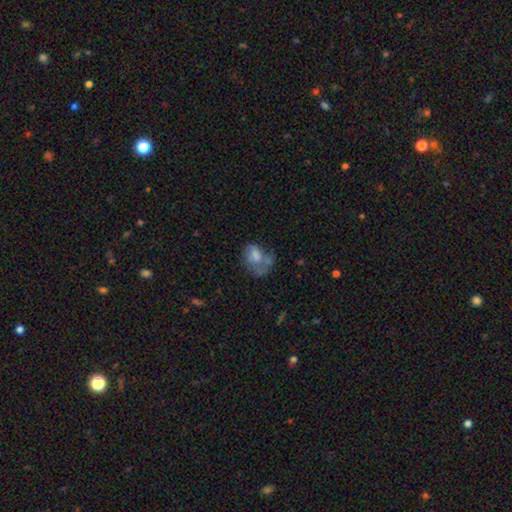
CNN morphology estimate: Overall: smooth (47%; featured or disk 38%). Merging: major disturbance (37%; none 28%).